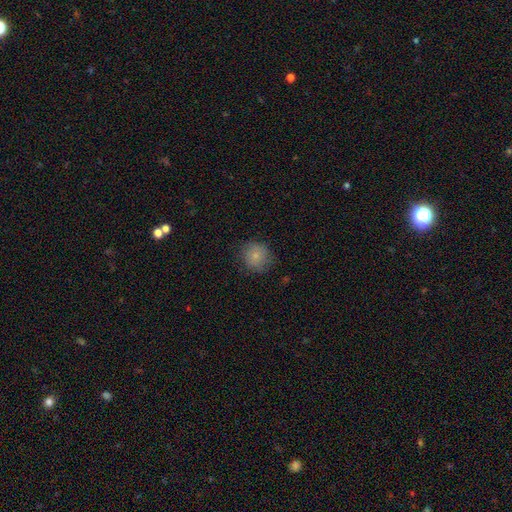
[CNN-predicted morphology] Smooth or featured: smooth — 81% (star or artifact — 10%)
How rounded: round — 89% (in between — 10%)
Merging: none — 79% (minor disturbance — 15%)